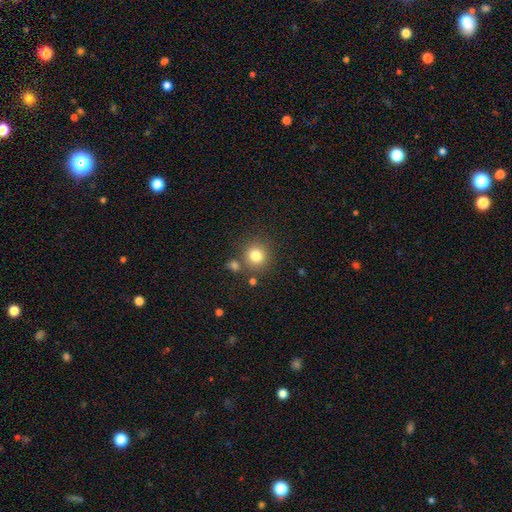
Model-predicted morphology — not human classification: smooth_or_featured: smooth (p=0.80) [alt: star or artifact p=0.12]
how_rounded: round (p=0.89) [alt: in between p=0.10]
merging: none (p=0.77) [alt: merger p=0.10]